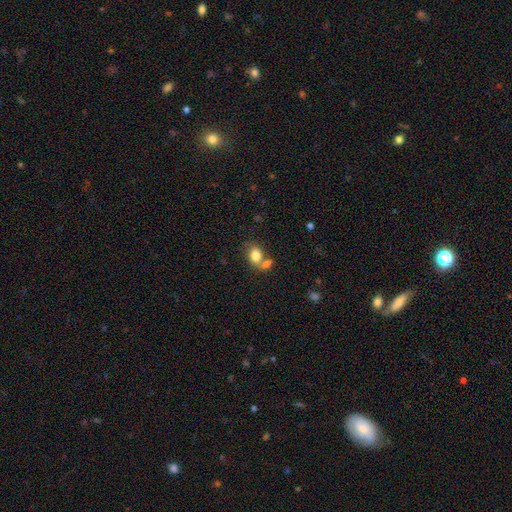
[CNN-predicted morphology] Smooth or featured: smooth — 81% (featured or disk — 11%)
How rounded: in between — 69% (round — 29%)
Merging: none — 43% (merger — 39%)